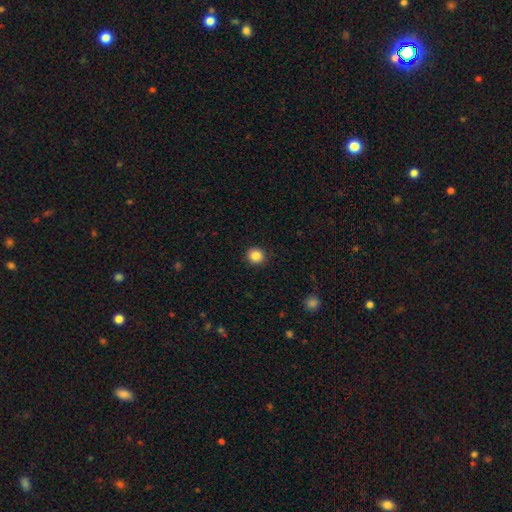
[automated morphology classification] Smooth or featured: smooth — 86% (star or artifact — 10%)
How rounded: round — 88% (in between — 11%)
Merging: none — 91% (minor disturbance — 6%)